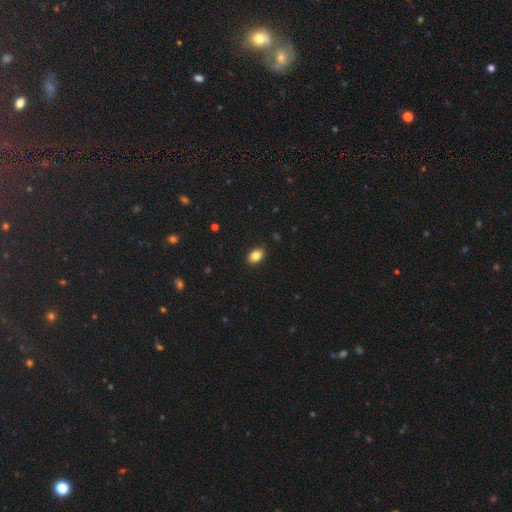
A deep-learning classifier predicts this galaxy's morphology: Smooth or featured?
  - smooth: 85% *
  - star or artifact: 9%
  - featured or disk: 7%
How rounded?
  - in between: 84% *
  - round: 15%
  - cigar-shaped: 1%
Merging?
  - none: 89% *
  - minor disturbance: 8%
  - major disturbance: 2%
  - merger: 1%